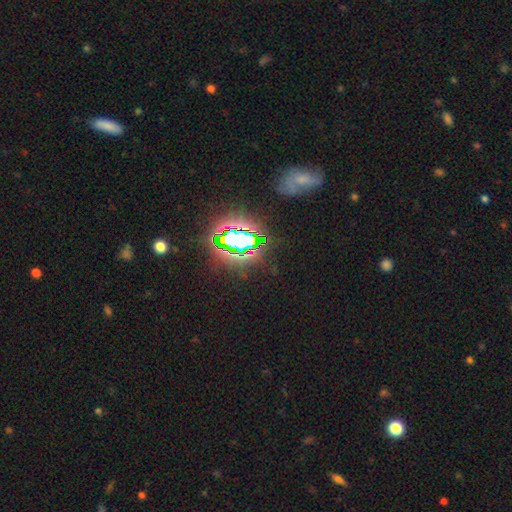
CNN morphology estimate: Overall: star or artifact (78%).